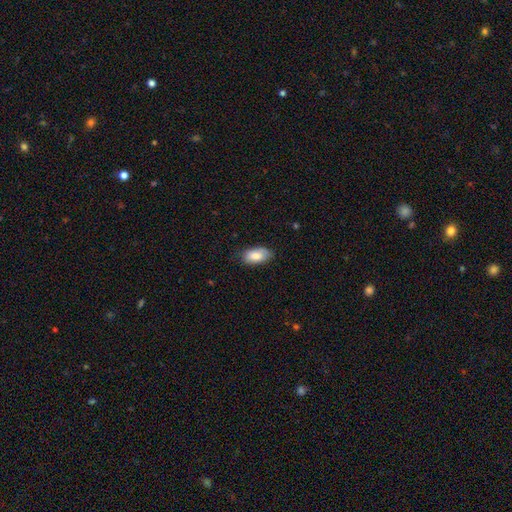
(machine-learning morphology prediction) Smooth or featured? Predicted: smooth (p=0.84). How rounded? Predicted: in between (p=0.93). Merging? Predicted: none (p=0.73).